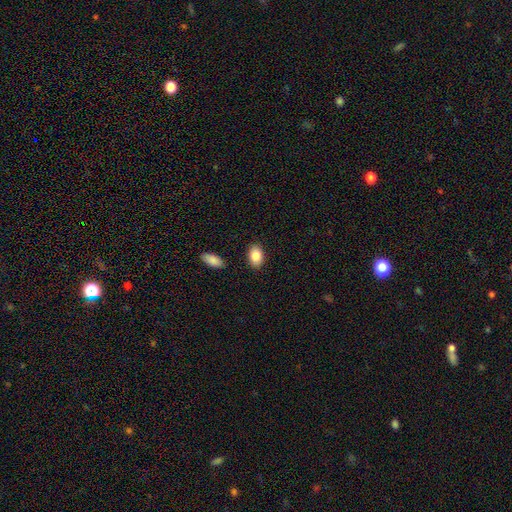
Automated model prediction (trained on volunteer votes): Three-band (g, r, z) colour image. It shows a smooth galaxy with no disk features (87%) that is in between round and cigar-shaped (88%). Merging: none (86%).